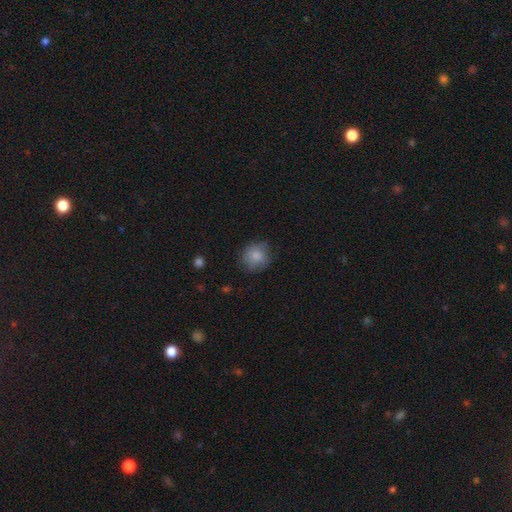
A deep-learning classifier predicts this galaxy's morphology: A smooth galaxy with no disk features (83%) that is round (84%).

Vote fractions:
- Smooth or featured? smooth: 83% / featured or disk: 9% / star or artifact: 8%
- How rounded? round: 84% / in between: 15% / cigar-shaped: 1%
- Merging? none: 71% / minor disturbance: 22% / major disturbance: 6% / merger: 1%